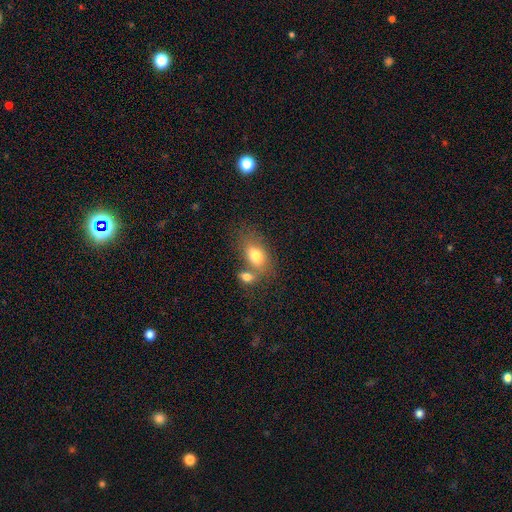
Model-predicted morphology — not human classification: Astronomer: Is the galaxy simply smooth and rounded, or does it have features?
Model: smooth — 76%.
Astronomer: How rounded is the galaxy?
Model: in between — 87%.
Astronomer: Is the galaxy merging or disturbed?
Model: merger — 44% (runner-up: none, 37%).